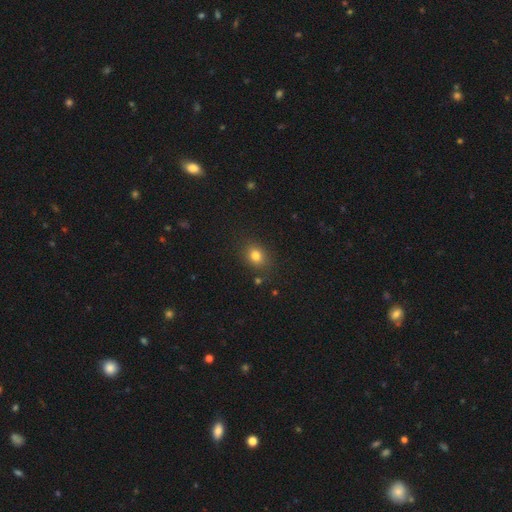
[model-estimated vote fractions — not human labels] Smooth or featured? smooth (79%)
How rounded? round (53%)
Merging? none (84%)